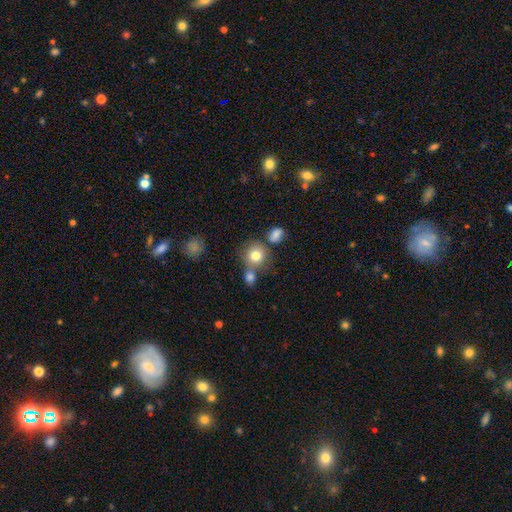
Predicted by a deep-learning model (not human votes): This is likely a smooth galaxy (79%). How rounded: clearly round (83%). Merging: possibly none (56%).